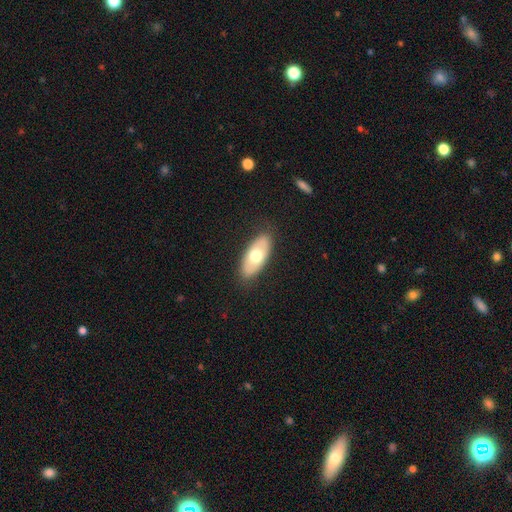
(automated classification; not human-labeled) A smooth galaxy with no disk features (61%) that is in between round and cigar-shaped (89%).

Vote fractions:
- Smooth or featured? smooth: 61% / featured or disk: 34% / star or artifact: 5%
- How rounded? in between: 89% / cigar-shaped: 8% / round: 3%
- Merging? none: 85% / minor disturbance: 11% / major disturbance: 3% / merger: 1%